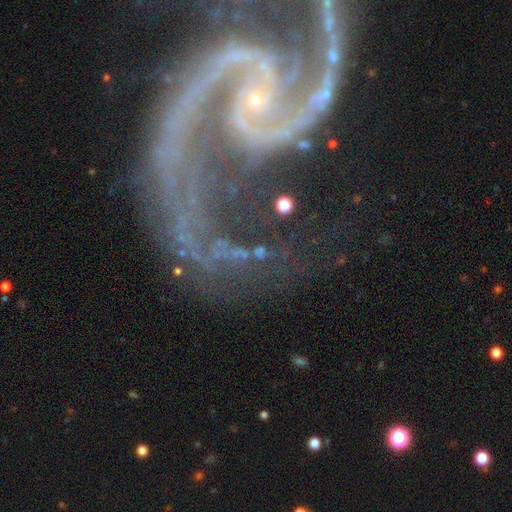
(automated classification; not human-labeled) Smooth or featured?
  - featured or disk: 46% *
  - star or artifact: 36%
  - smooth: 18%
Merging?
  - none: 54% *
  - major disturbance: 20%
  - minor disturbance: 16%
  - merger: 9%